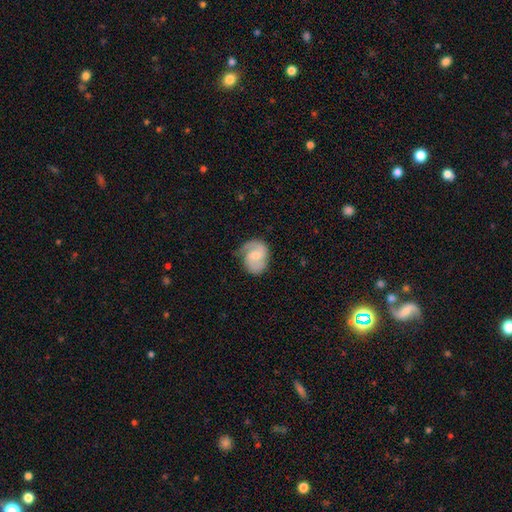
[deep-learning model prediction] Q: Smooth or featured?
A: featured or disk (72%); runner-up: smooth (23%)
Q: Edge-on disk?
A: no (98%); runner-up: yes (2%)
Q: Bar?
A: no (47%); runner-up: weak (45%)
Q: Spiral arms?
A: yes (94%); runner-up: no (6%)
Q: Spiral winding?
A: medium (48%); runner-up: tight (31%)
Q: Spiral arm count?
A: 2 (73%); runner-up: 1 (16%)
Q: Bulge size?
A: moderate (48%); runner-up: small (43%)
Q: Merging?
A: none (63%); runner-up: minor disturbance (25%)